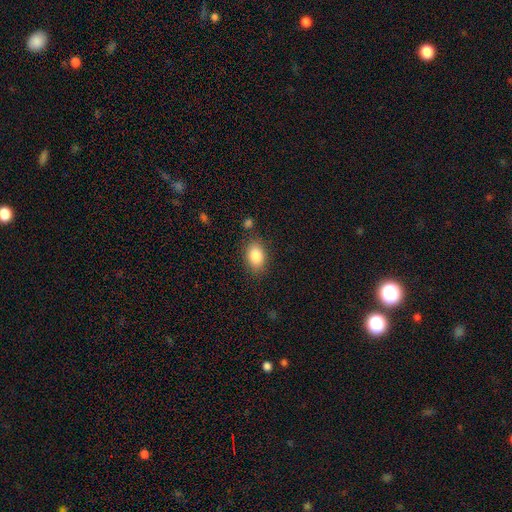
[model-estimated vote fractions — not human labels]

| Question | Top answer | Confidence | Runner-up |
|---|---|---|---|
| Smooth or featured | smooth | 85% | star or artifact (8%) |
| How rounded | in between | 83% | round (15%) |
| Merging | none | 81% | minor disturbance (12%) |